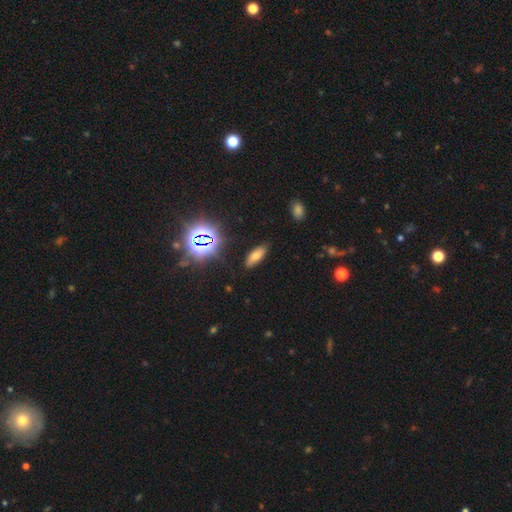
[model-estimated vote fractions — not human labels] smooth_or_featured: smooth (p=0.65) [alt: star or artifact p=0.21]
how_rounded: in between (p=0.74) [alt: cigar-shaped p=0.22]
merging: none (p=0.85) [alt: minor disturbance p=0.10]